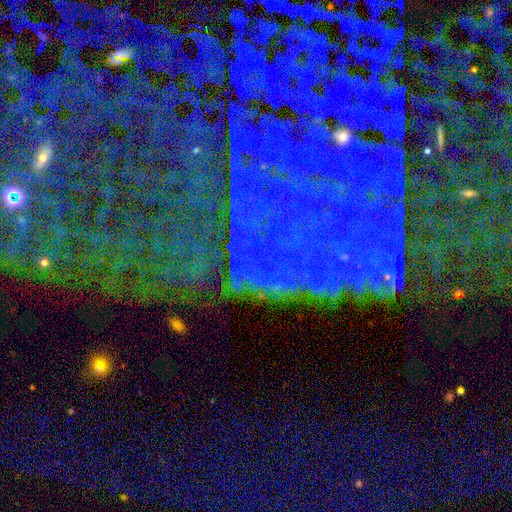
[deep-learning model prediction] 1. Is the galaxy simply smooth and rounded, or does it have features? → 79% star or artifact, 12% featured or disk, 10% smooth.